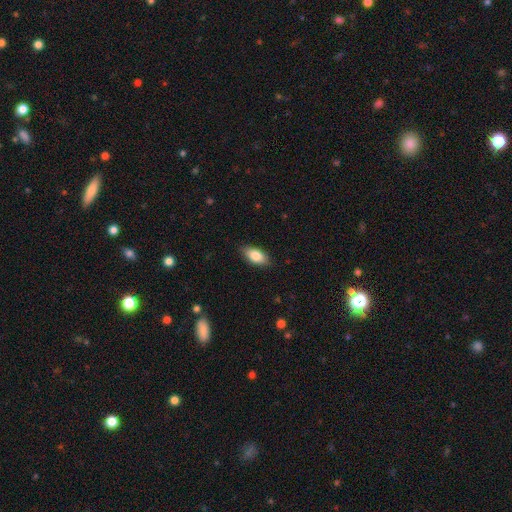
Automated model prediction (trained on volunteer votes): Smooth or featured? Predicted: smooth (p=0.83). How rounded? Predicted: in between (p=0.88). Merging? Predicted: none (p=0.86).